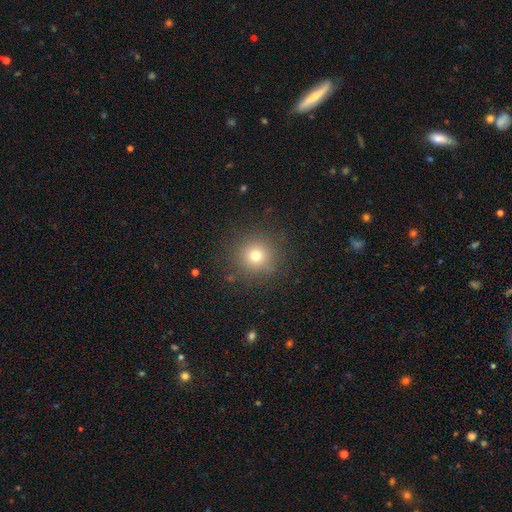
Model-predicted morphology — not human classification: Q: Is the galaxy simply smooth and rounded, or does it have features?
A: smooth — 72%.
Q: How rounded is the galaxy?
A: round — 95%.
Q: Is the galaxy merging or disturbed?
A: none — 88%.